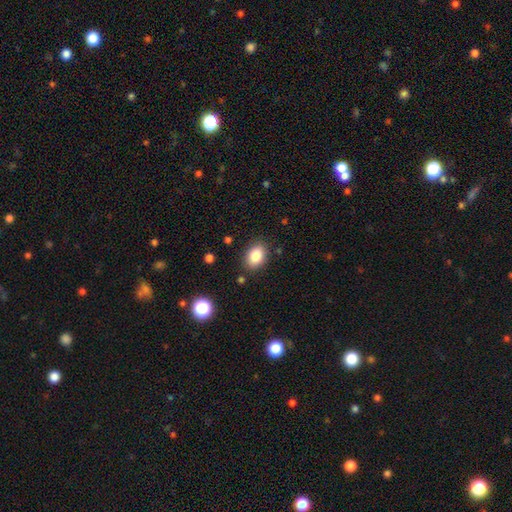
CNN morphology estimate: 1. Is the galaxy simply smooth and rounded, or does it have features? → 84% smooth, 9% star or artifact, 7% featured or disk.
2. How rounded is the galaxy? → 80% in between, 19% round, 1% cigar-shaped.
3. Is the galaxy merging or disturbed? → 85% none, 10% minor disturbance, 3% major disturbance, 2% merger.